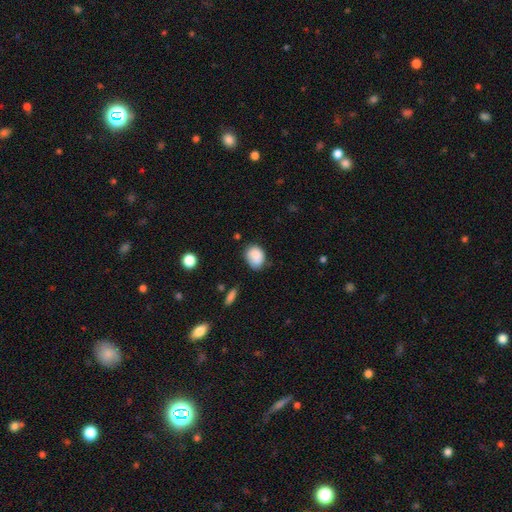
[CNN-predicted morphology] The model was most divided on "how rounded": in between: 57%, round: 42%, cigar-shaped: 1%. More confident: smooth or featured — smooth (86%); merging — none (64%).